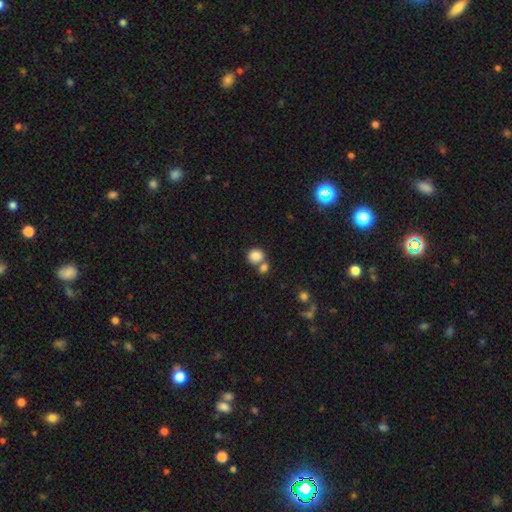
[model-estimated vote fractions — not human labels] This appears to be a smooth galaxy with no disk features (84%) that is round (80%). Merging: none (54%).